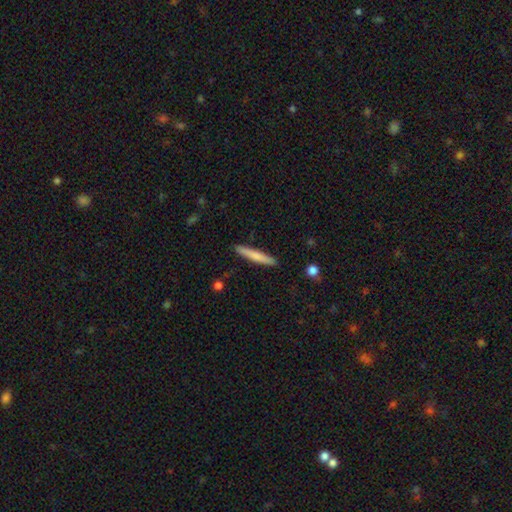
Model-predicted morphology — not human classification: A smooth galaxy with no disk features (69%) that is cigar-shaped (95%). Merging: none (90%).